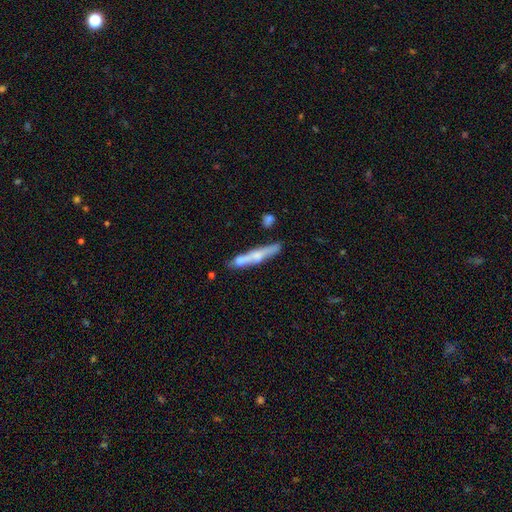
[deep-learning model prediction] Morphology: type=featured or disk (48%); merging=none (66%).